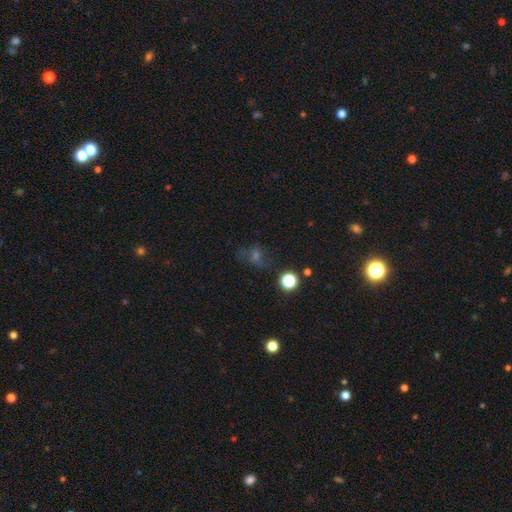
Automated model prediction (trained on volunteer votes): This is marginally a star or artifact rather than a galaxy (40%).